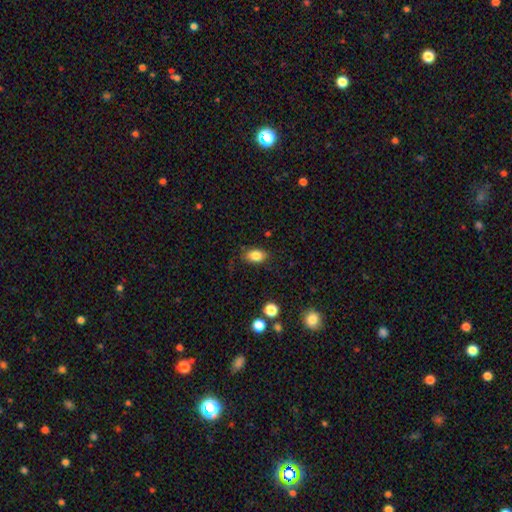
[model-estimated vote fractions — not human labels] smooth 84%, star or artifact 9%, featured or disk 7%. Down the decision tree: how rounded — in between (84%); merging — none (81%).